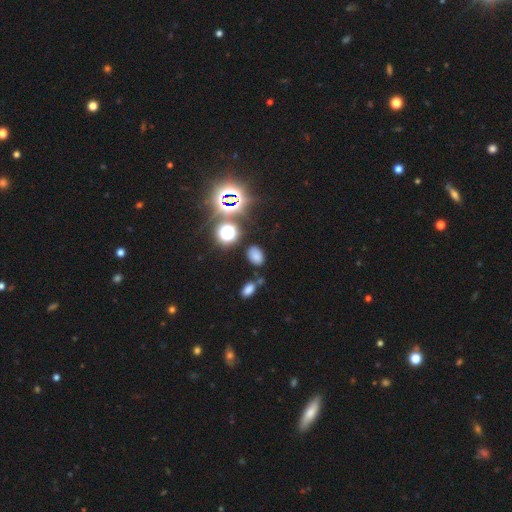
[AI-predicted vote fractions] The model was most divided on "smooth or featured": smooth: 67%, star or artifact: 26%, featured or disk: 6%. More confident: how rounded — in between (82%); merging — none (79%).